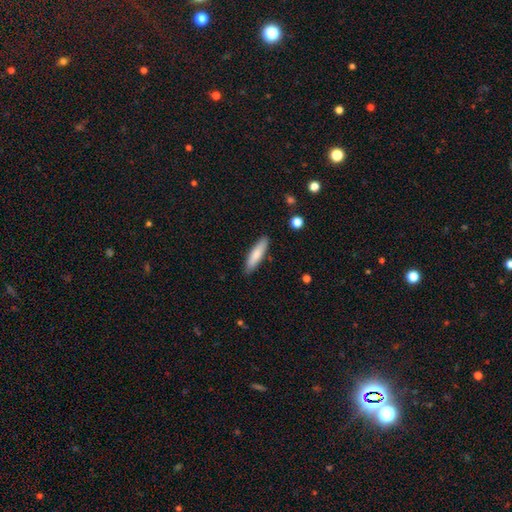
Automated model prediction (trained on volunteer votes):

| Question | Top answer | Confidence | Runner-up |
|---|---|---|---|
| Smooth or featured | smooth | 77% | featured or disk (17%) |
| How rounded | cigar-shaped | 73% | in between (25%) |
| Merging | none | 87% | minor disturbance (9%) |